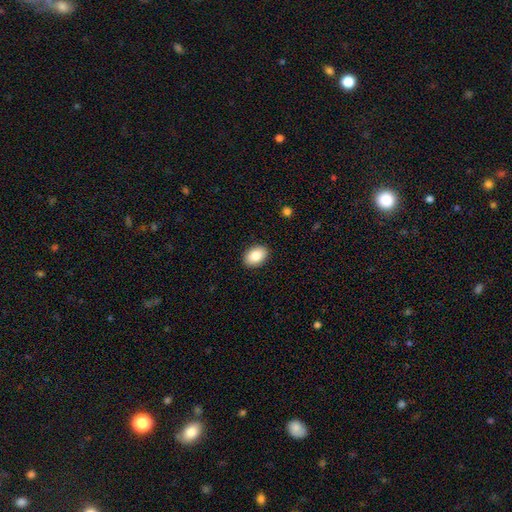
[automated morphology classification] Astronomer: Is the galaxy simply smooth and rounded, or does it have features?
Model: smooth — 86%.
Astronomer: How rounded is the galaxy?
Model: in between — 83%.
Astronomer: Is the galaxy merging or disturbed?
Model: none — 90%.